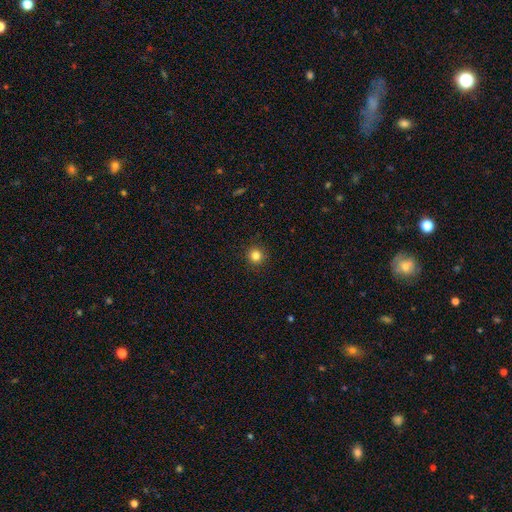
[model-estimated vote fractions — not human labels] Smooth or featured? Predicted: smooth (p=0.83). How rounded? Predicted: round (p=0.93). Merging? Predicted: none (p=0.92).